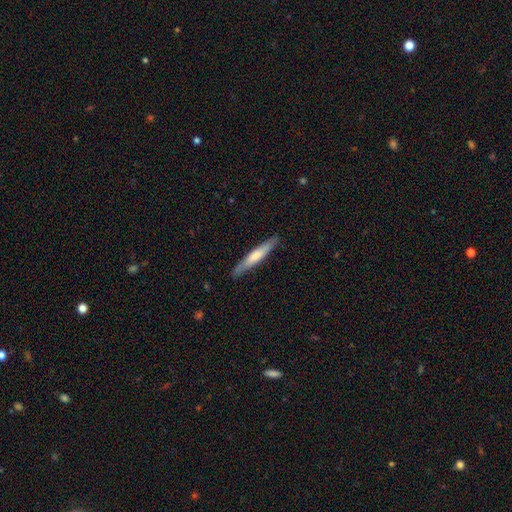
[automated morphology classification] The model was most divided on "smooth or featured": smooth: 57%, featured or disk: 39%, star or artifact: 5%. More confident: how rounded — cigar-shaped (93%); merging — none (88%).